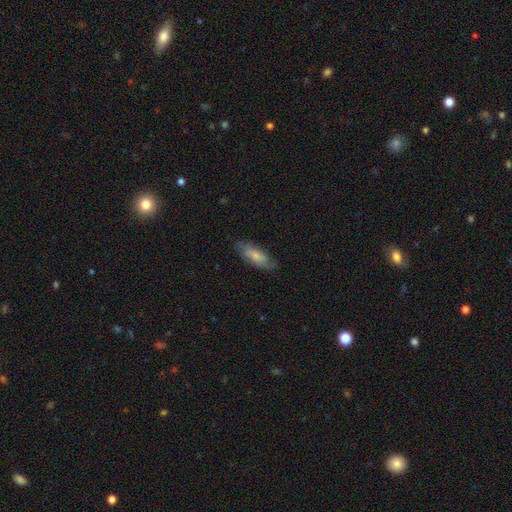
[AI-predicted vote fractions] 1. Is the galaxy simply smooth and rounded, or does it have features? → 66% smooth, 28% featured or disk, 6% star or artifact.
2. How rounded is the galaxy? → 66% in between, 32% cigar-shaped, 2% round.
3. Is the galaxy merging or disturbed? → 77% none, 18% minor disturbance, 4% major disturbance, 1% merger.